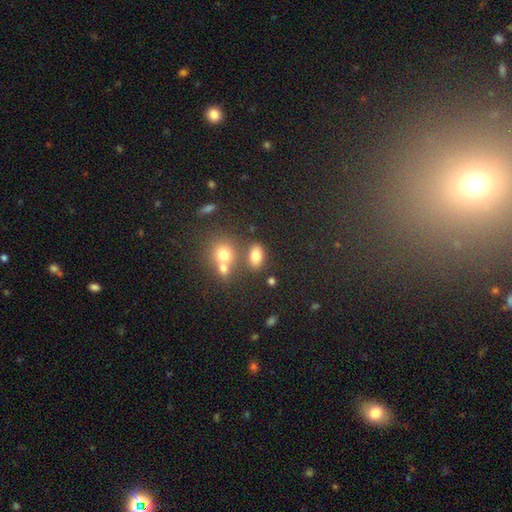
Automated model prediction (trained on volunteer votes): Smooth or featured? Predicted: smooth (p=0.77). How rounded? Predicted: in between (p=0.82). Merging? Predicted: none (p=0.64).